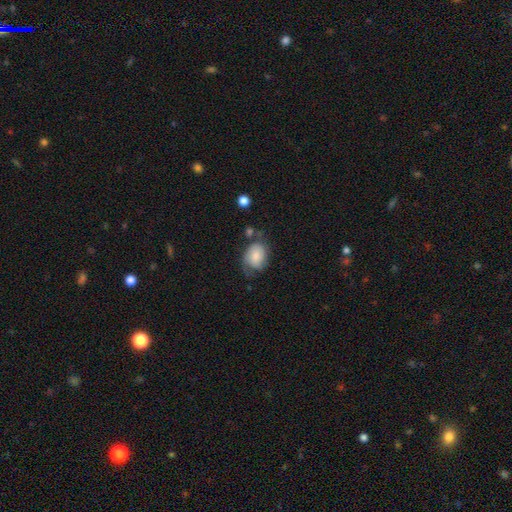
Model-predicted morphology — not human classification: A smooth galaxy with no disk features (73%) that is in between round and cigar-shaped (66%).

Vote fractions:
- Smooth or featured? smooth: 73% / featured or disk: 20% / star or artifact: 8%
- How rounded? in between: 66% / round: 33% / cigar-shaped: 1%
- Merging? none: 46% / minor disturbance: 32% / major disturbance: 15% / merger: 7%